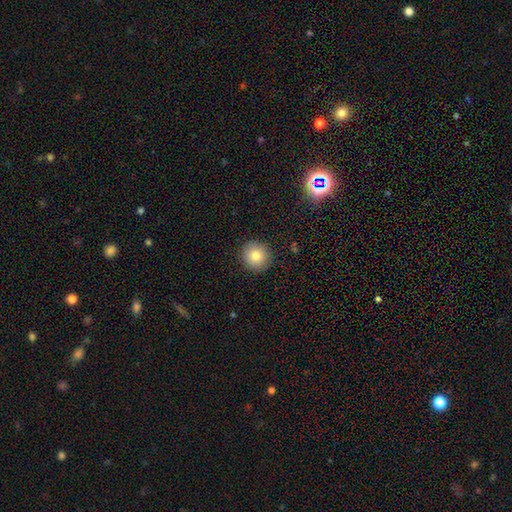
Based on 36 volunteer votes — smooth_or_featured: smooth (p=0.89) [alt: featured or disk p=0.08]
how_rounded: round (p=0.97) [alt: cigar-shaped p=0.03]
merging: none (p=0.94) [alt: minor disturbance p=0.03]